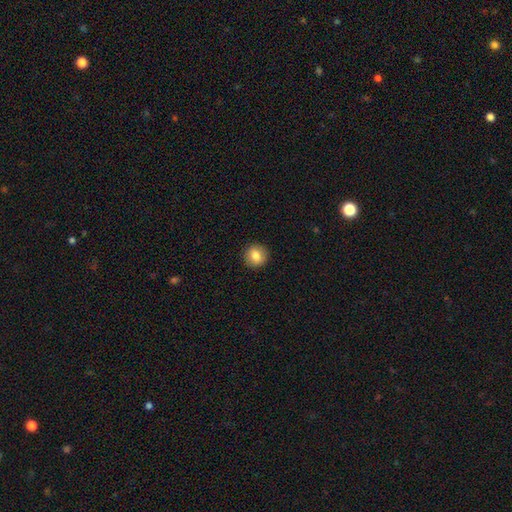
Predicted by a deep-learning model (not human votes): Smooth or featured: smooth — 83% (featured or disk — 8%)
How rounded: round — 89% (in between — 10%)
Merging: none — 92% (minor disturbance — 6%)